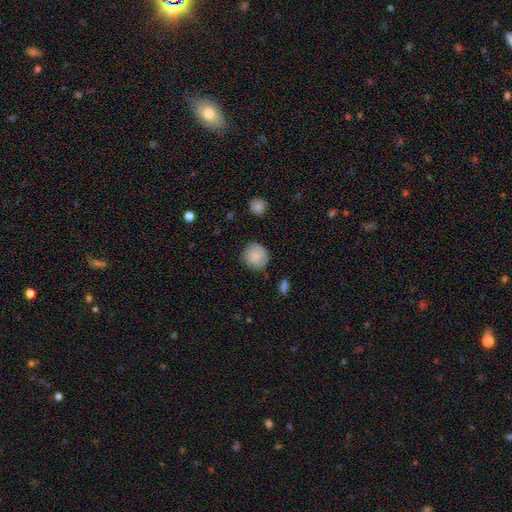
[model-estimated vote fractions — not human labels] smooth_or_featured: smooth (p=0.81) [alt: featured or disk p=0.12]
how_rounded: round (p=0.91) [alt: in between p=0.08]
merging: none (p=0.82) [alt: minor disturbance p=0.14]